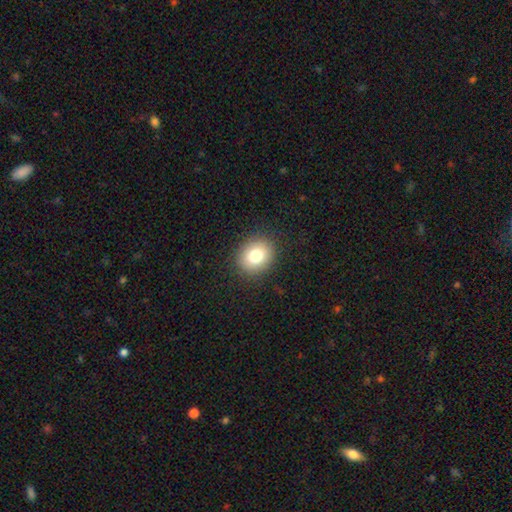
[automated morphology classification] This appears to be a smooth galaxy with no disk features (80%) that is round (60%). Merging: none (89%).